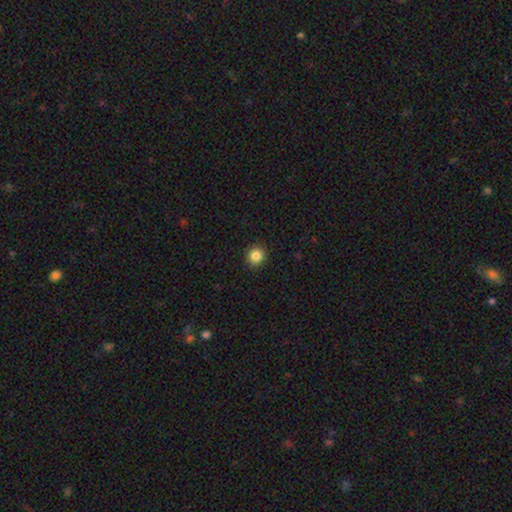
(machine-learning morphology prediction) This appears to be a smooth galaxy with no disk features (85%) that is round (91%). Merging: none (92%).